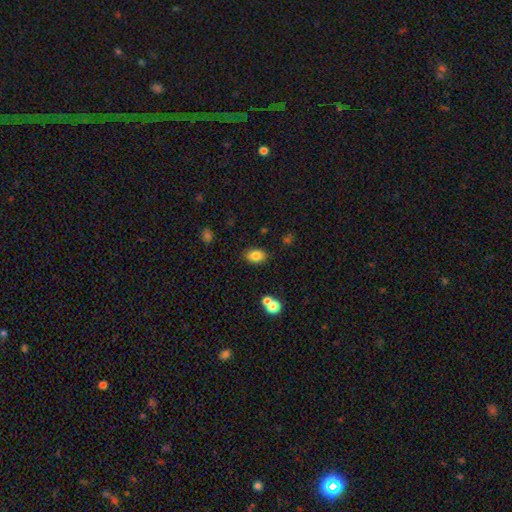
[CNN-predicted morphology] This is clearly a smooth galaxy (81%). How rounded: likely in between (79%). Merging: clearly none (84%).